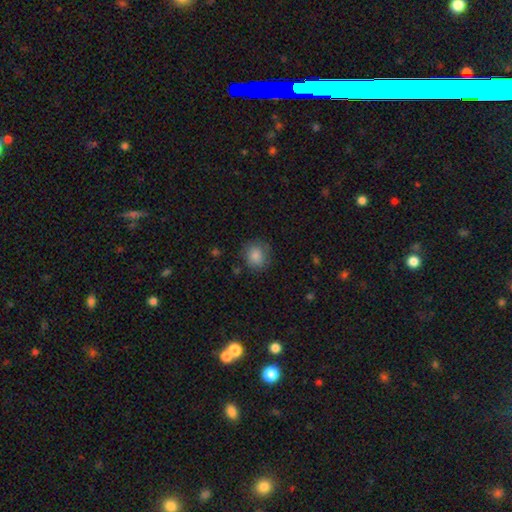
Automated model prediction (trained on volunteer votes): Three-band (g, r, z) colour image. It shows a smooth galaxy with no disk features (85%) that is round (81%). Merging: none (79%).